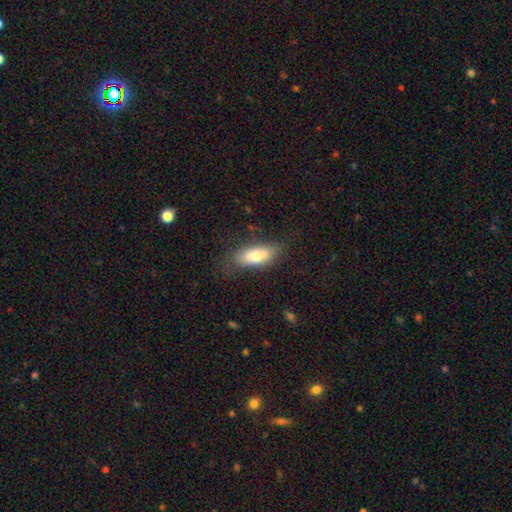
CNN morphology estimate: A smooth galaxy with no disk features (75%) that is in between round and cigar-shaped (77%). Merging: none (75%).